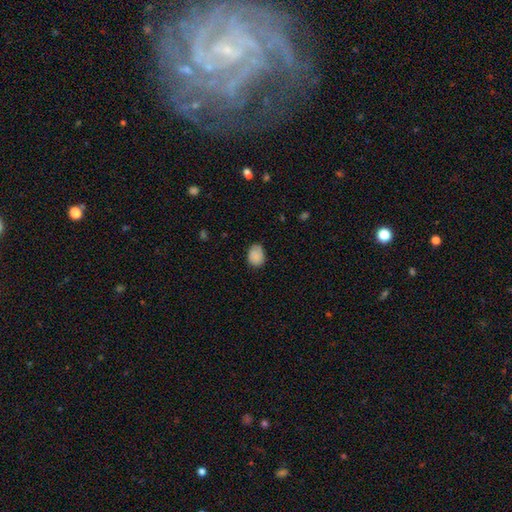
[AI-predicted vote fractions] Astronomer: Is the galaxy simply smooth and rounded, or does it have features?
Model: smooth — 85%.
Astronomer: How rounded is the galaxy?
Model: in between — 62% (runner-up: round, 37%).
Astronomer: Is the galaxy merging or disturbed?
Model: none — 66%.